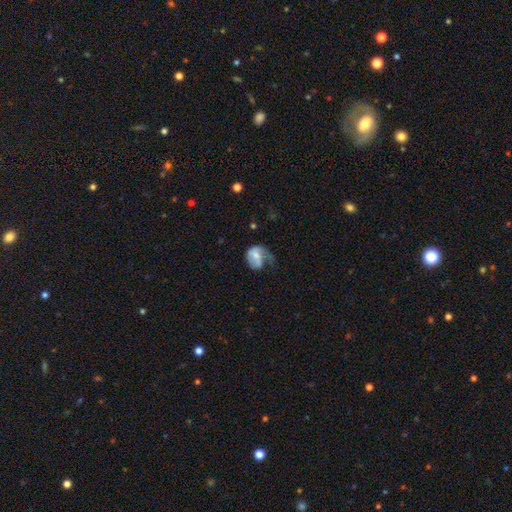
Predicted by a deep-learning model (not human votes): This is possibly a featured or disk galaxy (51%). It is clearly not viewed edge-on (97%). Merging: possibly major disturbance (45%).